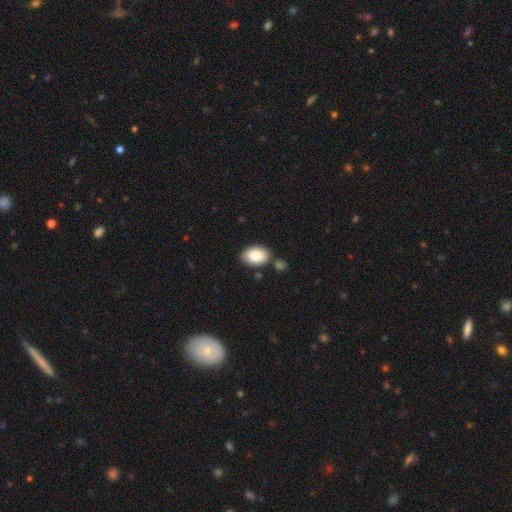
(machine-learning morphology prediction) Smooth or featured? Predicted: smooth (p=0.87). How rounded? Predicted: in between (p=0.87). Merging? Predicted: none (p=0.72).